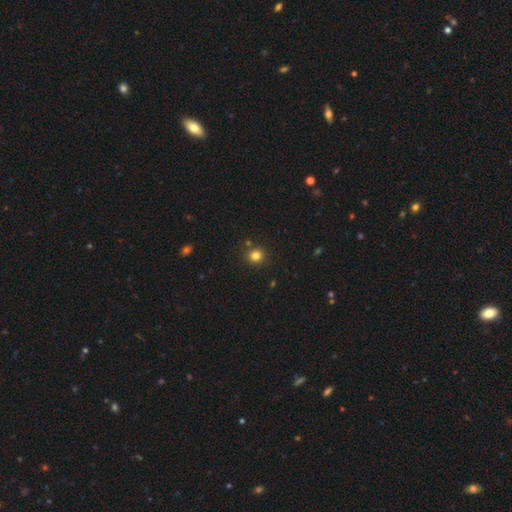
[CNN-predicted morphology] smooth 81%, star or artifact 14%, featured or disk 5%. Down the decision tree: how rounded — round (92%); merging — none (87%).